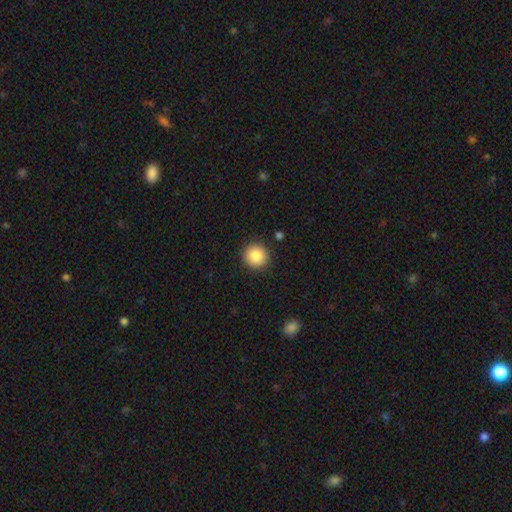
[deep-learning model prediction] Smooth or featured: smooth — 87% (star or artifact — 8%)
How rounded: round — 94% (in between — 5%)
Merging: none — 91% (minor disturbance — 6%)